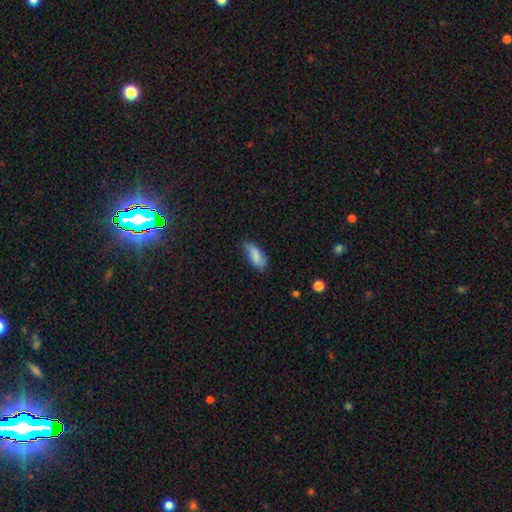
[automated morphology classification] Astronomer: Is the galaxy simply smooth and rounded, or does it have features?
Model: smooth — 80%.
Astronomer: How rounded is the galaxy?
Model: in between — 86%.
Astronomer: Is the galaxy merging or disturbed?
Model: none — 54% (runner-up: minor disturbance, 35%).